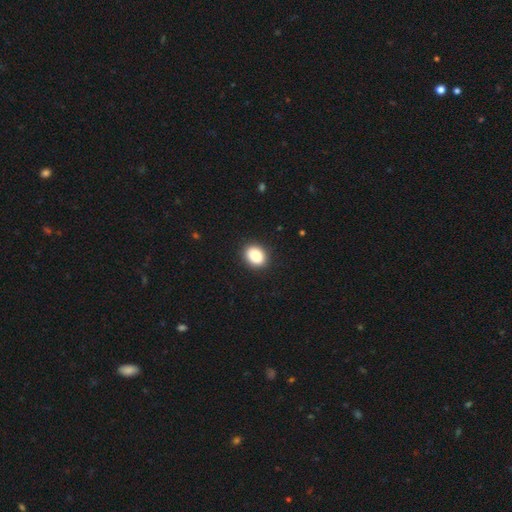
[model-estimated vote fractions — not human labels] smooth 87%, star or artifact 8%, featured or disk 5%. Down the decision tree: how rounded — in between (62%); merging — none (90%).